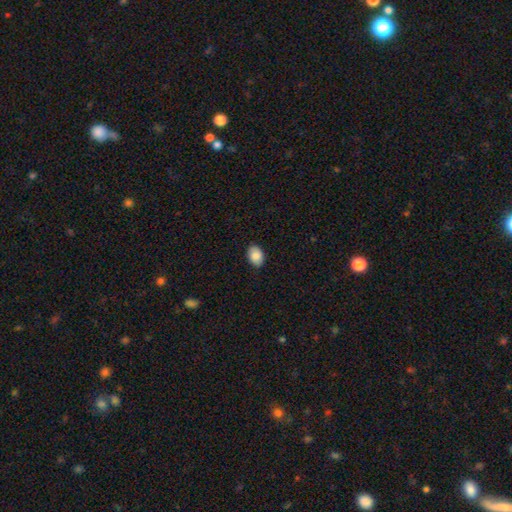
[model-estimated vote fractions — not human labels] Smooth or featured: smooth — 87% (star or artifact — 7%)
How rounded: in between — 80% (round — 19%)
Merging: none — 88% (minor disturbance — 9%)